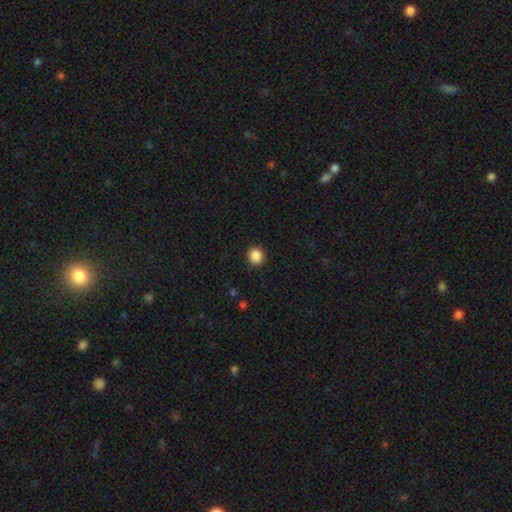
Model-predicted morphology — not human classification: A smooth galaxy with no disk features (87%) that is round (89%). Merging: none (91%).